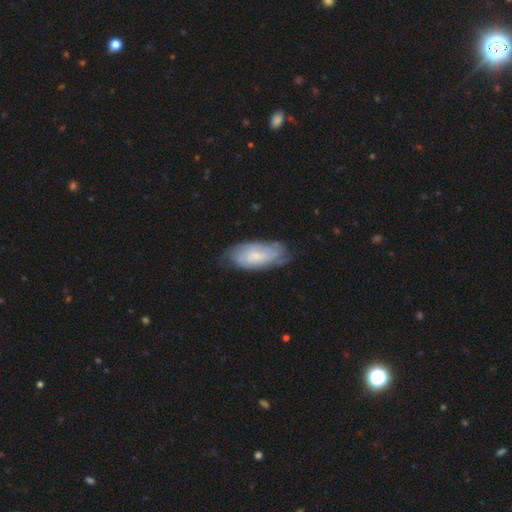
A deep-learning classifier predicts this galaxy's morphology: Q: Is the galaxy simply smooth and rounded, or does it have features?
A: featured or disk — 60%.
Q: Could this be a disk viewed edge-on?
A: no — 91%.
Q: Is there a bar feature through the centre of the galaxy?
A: no — 65%.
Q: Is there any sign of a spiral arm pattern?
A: yes — 85%.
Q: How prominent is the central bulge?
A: small — 64%.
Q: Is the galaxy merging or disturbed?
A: none — 67%.